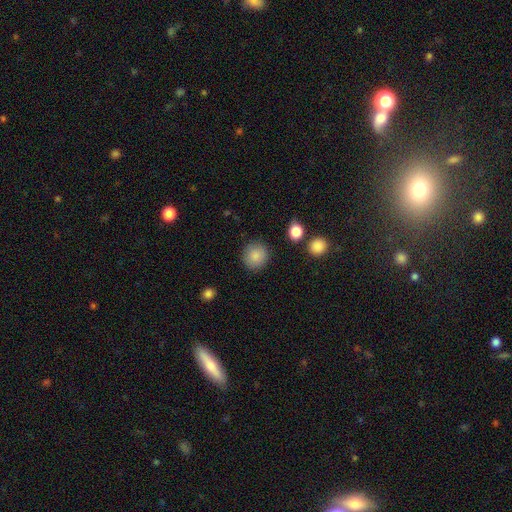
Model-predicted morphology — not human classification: The model was most divided on "smooth or featured": smooth: 87%, star or artifact: 8%, featured or disk: 5%. More confident: how rounded — round (91%); merging — none (89%).